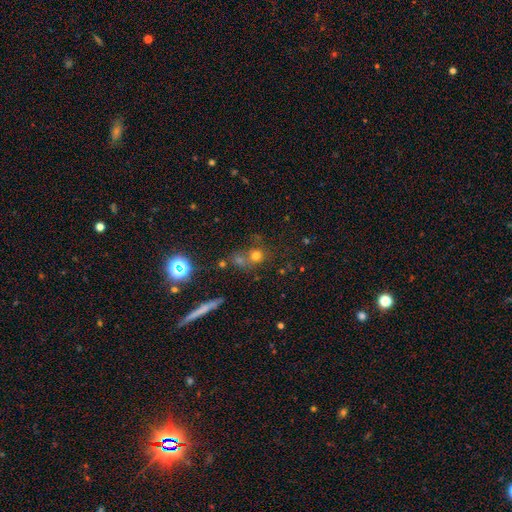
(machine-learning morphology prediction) smooth 62%, star or artifact 25%, featured or disk 13%. Down the decision tree: how rounded — round (84%); merging — none (48%).